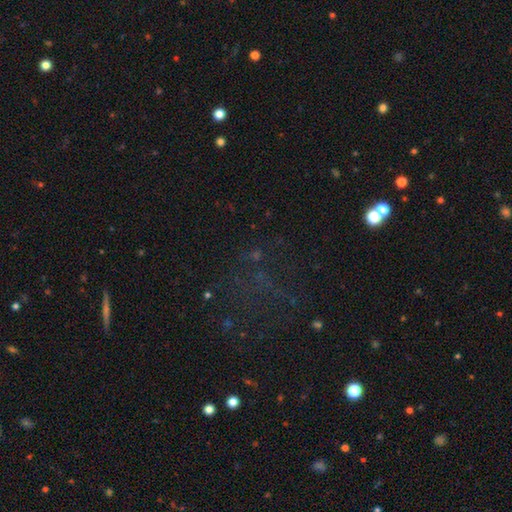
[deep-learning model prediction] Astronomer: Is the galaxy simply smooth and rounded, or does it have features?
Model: star or artifact — 61%.